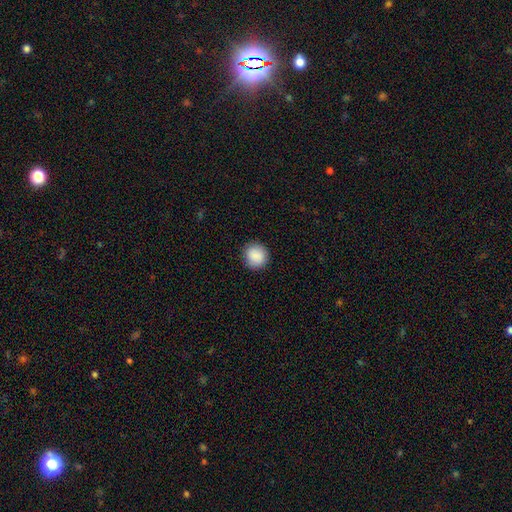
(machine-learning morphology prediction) smooth_or_featured: smooth (p=0.89) [alt: star or artifact p=0.07]
how_rounded: round (p=0.91) [alt: in between p=0.09]
merging: none (p=0.89) [alt: minor disturbance p=0.08]